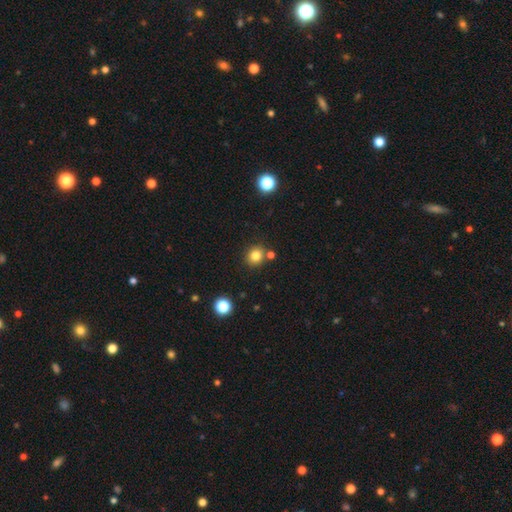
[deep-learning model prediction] smooth-or-featured: smooth: 81% | star or artifact: 13% | featured or disk: 6%
  how-rounded: round: 82% | in between: 17% | cigar-shaped: 1%
  merging: none: 80% | merger: 9% | minor disturbance: 9% | major disturbance: 2%